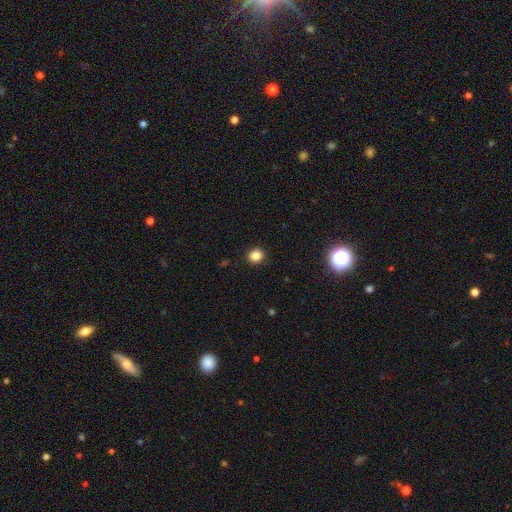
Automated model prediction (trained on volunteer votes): smooth_or_featured: smooth (p=0.84) [alt: star or artifact p=0.12]
how_rounded: round (p=0.85) [alt: in between p=0.14]
merging: none (p=0.92) [alt: minor disturbance p=0.06]